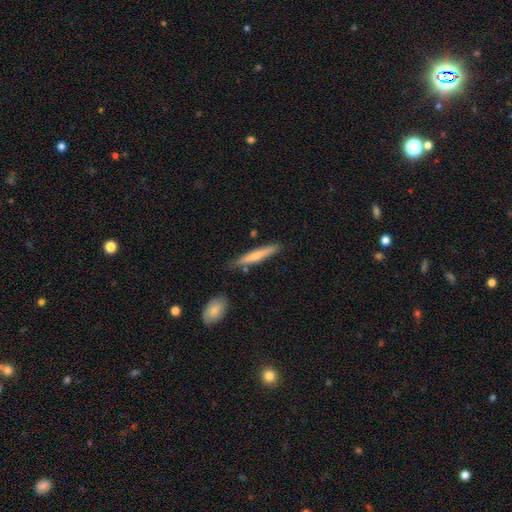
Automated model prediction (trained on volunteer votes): This is likely a smooth galaxy (61%). How rounded: clearly cigar-shaped (92%). Merging: clearly none (81%).